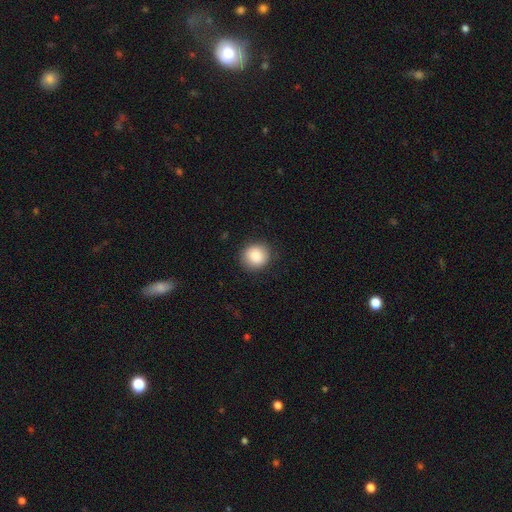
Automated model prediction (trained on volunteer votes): A smooth galaxy with no disk features (88%) that is round (87%). Merging: none (87%).